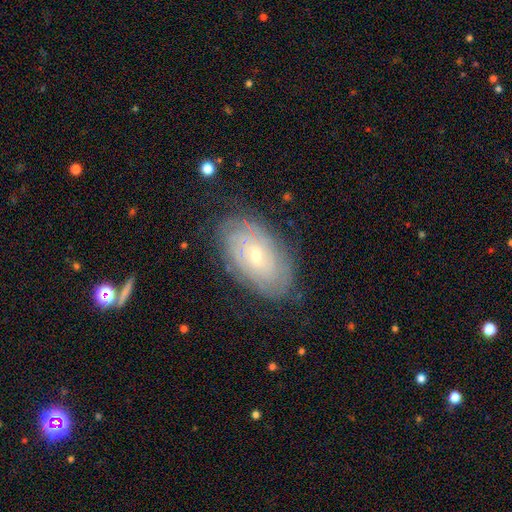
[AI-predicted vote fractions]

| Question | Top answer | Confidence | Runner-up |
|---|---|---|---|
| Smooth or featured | featured or disk | 72% | smooth (20%) |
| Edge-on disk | no | 94% | yes (6%) |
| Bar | no | 66% | weak (29%) |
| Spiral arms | yes | 89% | no (11%) |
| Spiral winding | tight | 79% | medium (16%) |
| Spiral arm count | can't tell | 57% | 4 (11%) |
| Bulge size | small | 68% | moderate (29%) |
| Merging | none | 80% | minor disturbance (14%) |